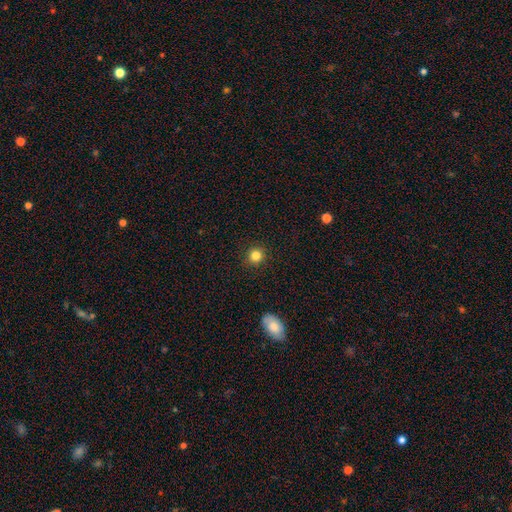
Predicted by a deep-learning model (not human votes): smooth-or-featured: smooth: 84% | star or artifact: 12% | featured or disk: 4%
  how-rounded: round: 92% | in between: 7% | cigar-shaped: 1%
  merging: none: 92% | minor disturbance: 6% | major disturbance: 2% | merger: 1%